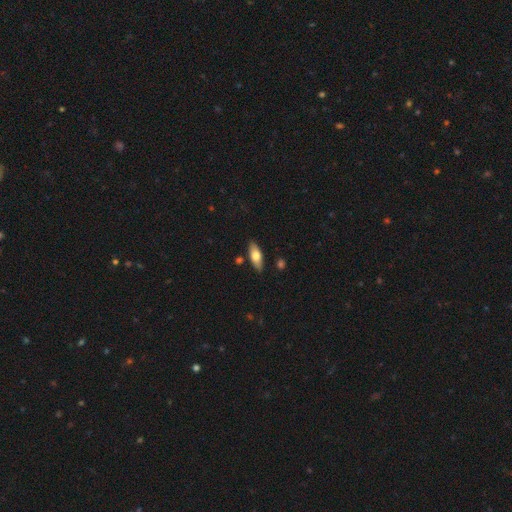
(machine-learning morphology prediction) Q: Smooth or featured?
A: smooth (69%); runner-up: featured or disk (25%)
Q: How rounded?
A: in between (74%); runner-up: cigar-shaped (23%)
Q: Merging?
A: none (85%); runner-up: minor disturbance (10%)